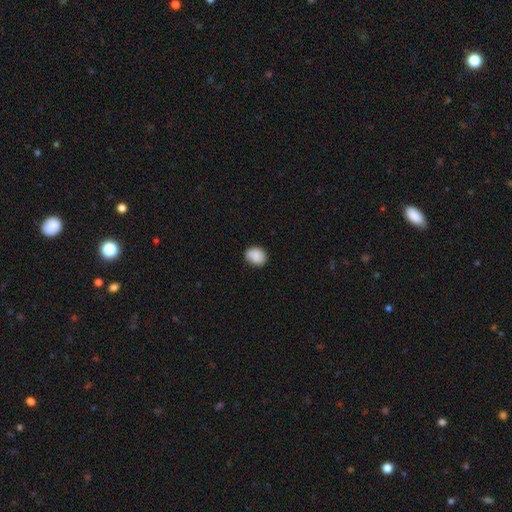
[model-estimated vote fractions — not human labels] Smooth or featured? smooth (84%)
How rounded? round (59%)
Merging? none (75%)